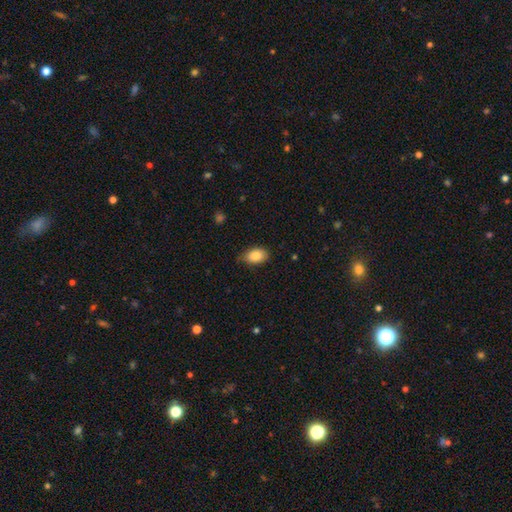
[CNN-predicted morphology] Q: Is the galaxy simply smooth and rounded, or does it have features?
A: smooth — 87%.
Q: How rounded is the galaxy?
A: in between — 89%.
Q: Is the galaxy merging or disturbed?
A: none — 73%.